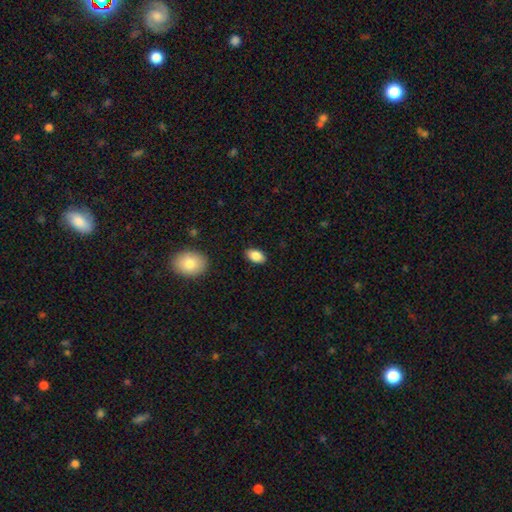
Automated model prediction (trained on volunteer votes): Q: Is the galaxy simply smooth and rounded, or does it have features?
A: smooth — 87%.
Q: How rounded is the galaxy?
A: in between — 91%.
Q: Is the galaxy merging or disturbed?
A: none — 88%.